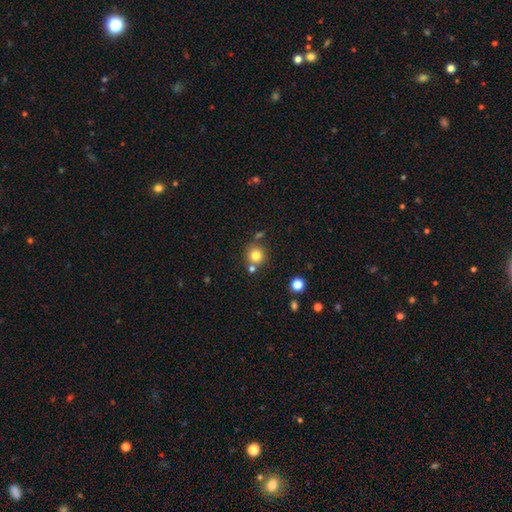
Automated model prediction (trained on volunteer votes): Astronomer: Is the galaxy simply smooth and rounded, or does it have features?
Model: smooth — 79%.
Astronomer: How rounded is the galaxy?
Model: round — 92%.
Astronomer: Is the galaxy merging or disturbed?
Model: none — 72%.